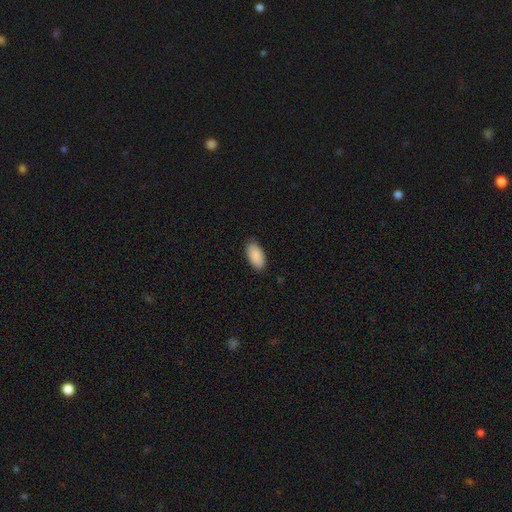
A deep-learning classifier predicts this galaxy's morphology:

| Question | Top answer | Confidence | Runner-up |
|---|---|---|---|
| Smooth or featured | smooth | 91% | star or artifact (6%) |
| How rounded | in between | 94% | cigar-shaped (4%) |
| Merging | none | 87% | minor disturbance (10%) |